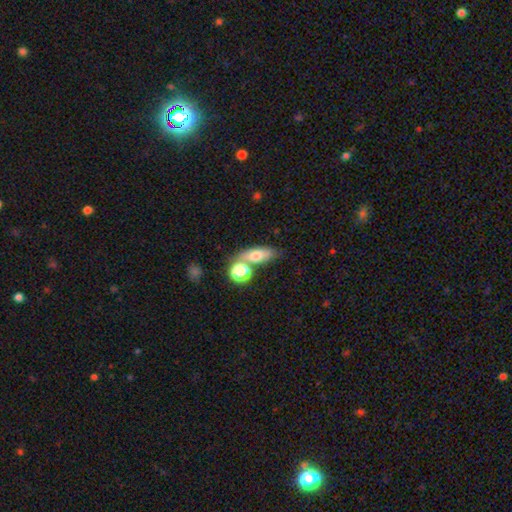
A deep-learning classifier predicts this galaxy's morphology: Q: Smooth or featured?
A: smooth (69%); runner-up: featured or disk (19%)
Q: How rounded?
A: in between (61%); runner-up: cigar-shaped (24%)
Q: Merging?
A: none (59%); runner-up: merger (23%)